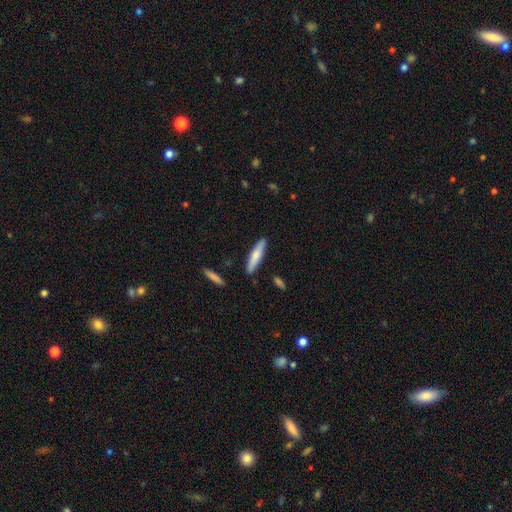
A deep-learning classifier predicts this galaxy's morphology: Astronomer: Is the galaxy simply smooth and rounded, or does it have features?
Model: smooth — 68%.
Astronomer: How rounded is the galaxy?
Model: cigar-shaped — 84%.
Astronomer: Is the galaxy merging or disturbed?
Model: none — 87%.